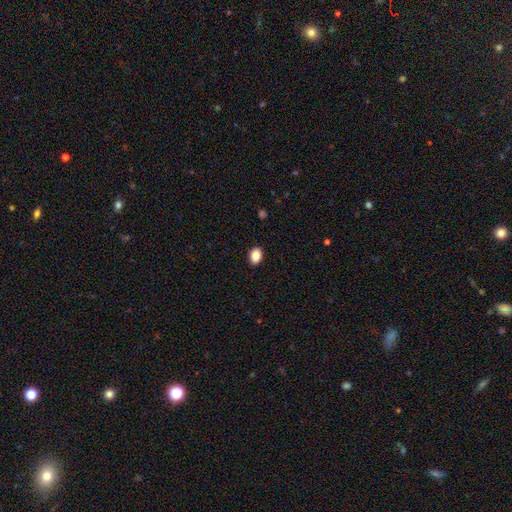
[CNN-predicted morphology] Q: Smooth or featured?
A: smooth (87%); runner-up: star or artifact (9%)
Q: How rounded?
A: in between (72%); runner-up: round (27%)
Q: Merging?
A: none (90%); runner-up: minor disturbance (7%)